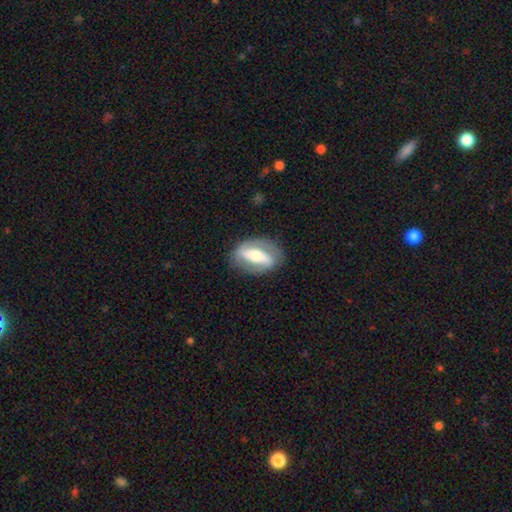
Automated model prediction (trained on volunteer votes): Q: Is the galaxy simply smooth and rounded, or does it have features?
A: featured or disk — 73%.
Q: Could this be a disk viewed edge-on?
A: no — 88%.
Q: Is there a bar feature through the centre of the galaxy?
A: strong — 69%.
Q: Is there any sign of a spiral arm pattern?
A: yes — 70%.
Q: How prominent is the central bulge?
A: moderate — 58%.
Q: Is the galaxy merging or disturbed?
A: none — 81%.